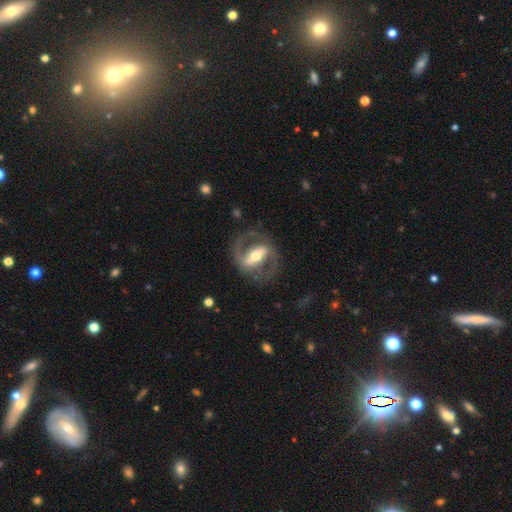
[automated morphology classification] The model was most divided on "spiral winding": medium: 53%, tight: 27%, loose: 21%. More confident: edge-on disk — no (92%); spiral arm count — 2 (87%); smooth or featured — featured or disk (85%); spiral arms — yes (78%); merging — none (77%); bar — strong (71%); bulge size — moderate (67%).